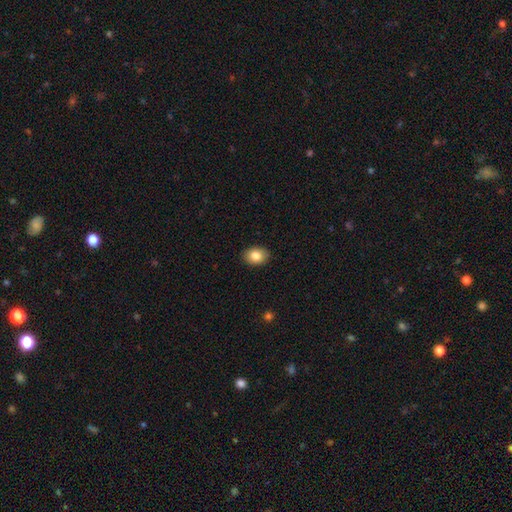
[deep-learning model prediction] smooth 84%, star or artifact 8%, featured or disk 8%. Down the decision tree: how rounded — in between (72%); merging — none (90%).